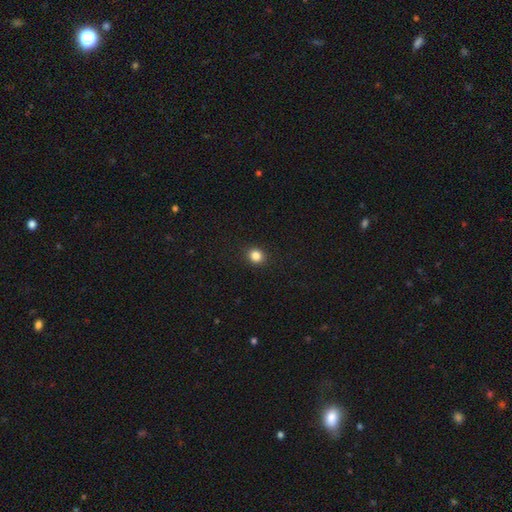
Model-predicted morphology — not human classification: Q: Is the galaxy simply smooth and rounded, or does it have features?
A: smooth — 85%.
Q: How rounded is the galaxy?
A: round — 78%.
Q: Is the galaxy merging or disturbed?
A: none — 91%.